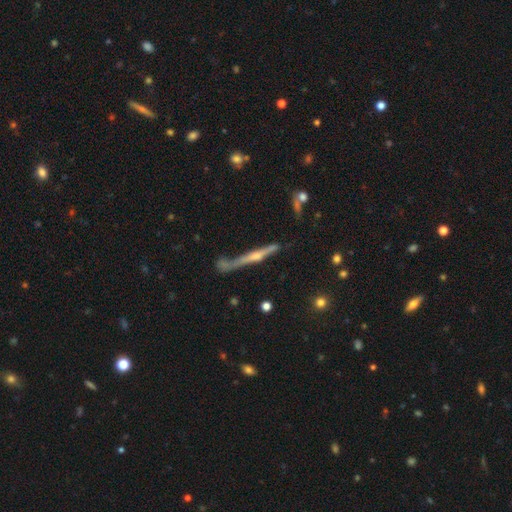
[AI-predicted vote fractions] A featured or disk galaxy (75%) viewed edge-on (96%) with a rounded central bulge (71%).

Vote fractions:
- Smooth or featured? featured or disk: 75% / smooth: 18% / star or artifact: 8%
- Edge-on disk? yes: 96% / no: 4%
- Edge-on bulge? rounded: 71% / none: 19% / boxy: 10%
- Merging? none: 63% / minor disturbance: 21% / merger: 9% / major disturbance: 8%